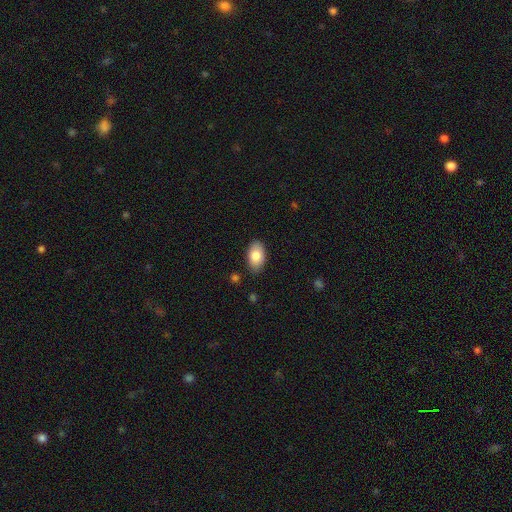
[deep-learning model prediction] Overall: smooth (82%). How rounded: in between (93%). Merging: none (84%).